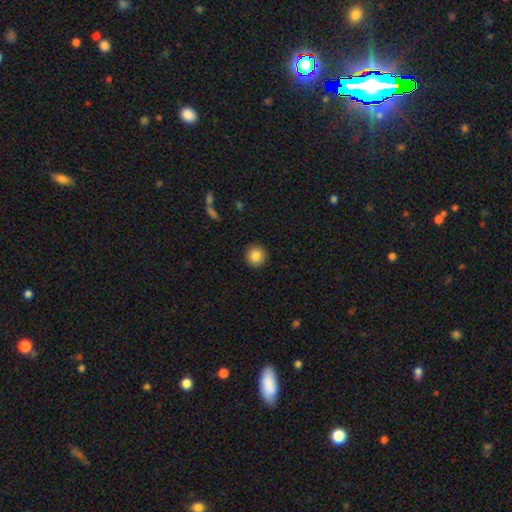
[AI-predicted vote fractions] A smooth galaxy with no disk features (85%) that is round (94%). Merging: none (92%).